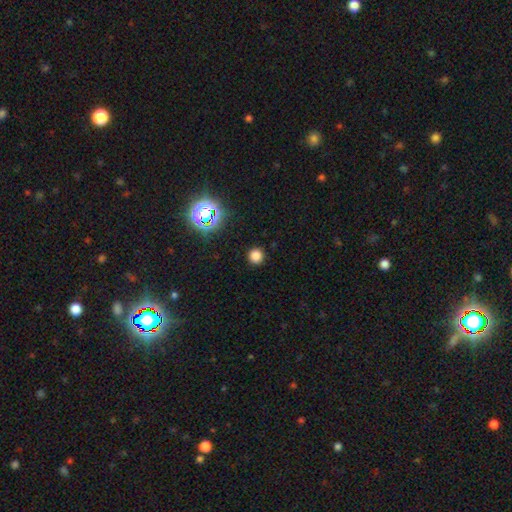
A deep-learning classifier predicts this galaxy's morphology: This is likely a smooth galaxy (79%). How rounded: clearly round (94%). Merging: clearly none (92%).